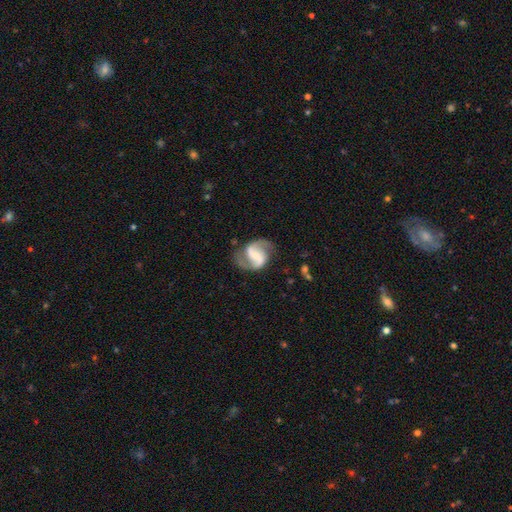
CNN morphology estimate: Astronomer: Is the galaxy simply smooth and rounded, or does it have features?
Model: featured or disk — 87%.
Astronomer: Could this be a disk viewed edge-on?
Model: no — 98%.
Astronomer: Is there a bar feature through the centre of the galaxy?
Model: strong — 44% (runner-up: weak, 41%).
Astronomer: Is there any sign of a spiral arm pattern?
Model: yes — 96%.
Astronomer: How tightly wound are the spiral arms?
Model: medium — 51% (runner-up: loose, 36%).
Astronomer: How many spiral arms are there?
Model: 2 — 93%.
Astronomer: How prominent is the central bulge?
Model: small — 44% (runner-up: moderate, 28%).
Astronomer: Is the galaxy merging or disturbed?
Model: none — 76%.